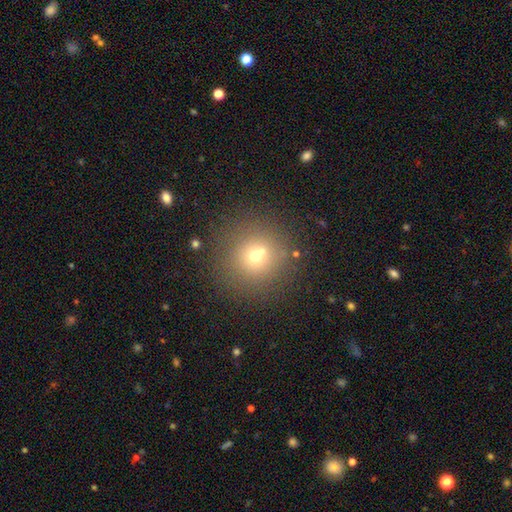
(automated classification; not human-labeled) Overall: smooth (64%). How rounded: round (94%). Merging: none (69%).